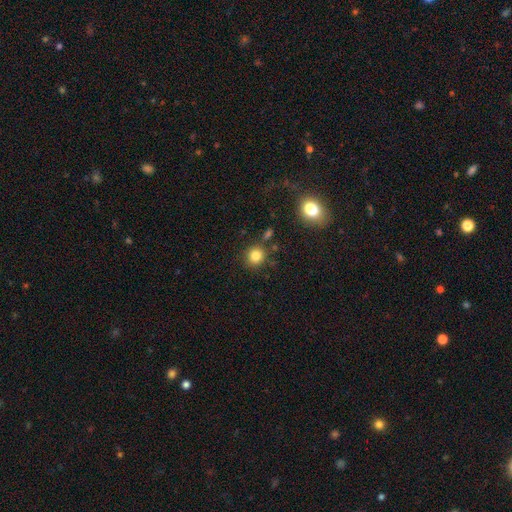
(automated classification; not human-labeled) The model was most divided on "smooth or featured": smooth: 81%, star or artifact: 13%, featured or disk: 6%. More confident: how rounded — round (89%); merging — none (81%).